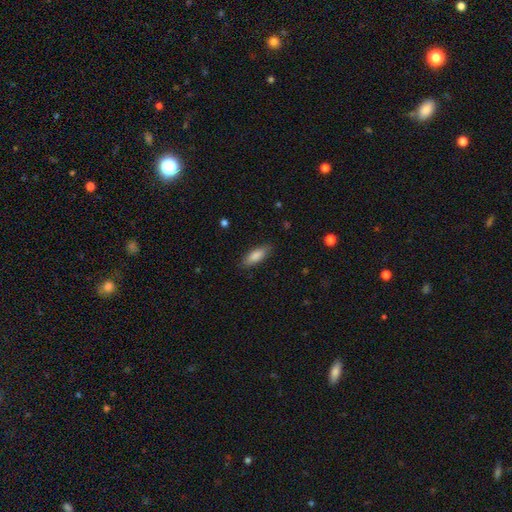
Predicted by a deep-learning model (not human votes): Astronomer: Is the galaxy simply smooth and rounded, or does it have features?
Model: smooth — 85%.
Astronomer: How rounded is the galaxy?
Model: in between — 65%.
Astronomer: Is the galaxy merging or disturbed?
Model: none — 85%.